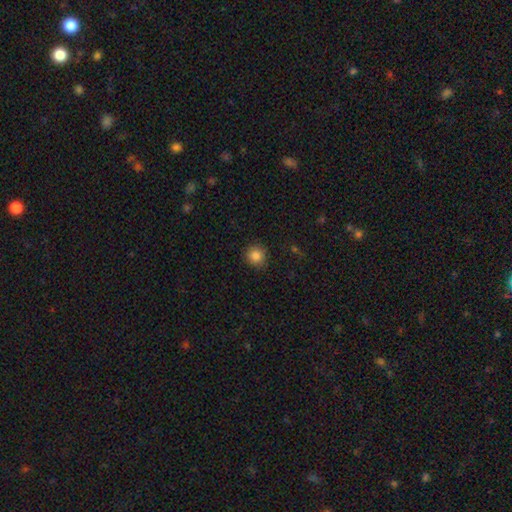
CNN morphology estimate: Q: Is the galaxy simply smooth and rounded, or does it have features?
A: smooth — 86%.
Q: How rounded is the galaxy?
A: round — 92%.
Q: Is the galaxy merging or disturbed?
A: none — 88%.